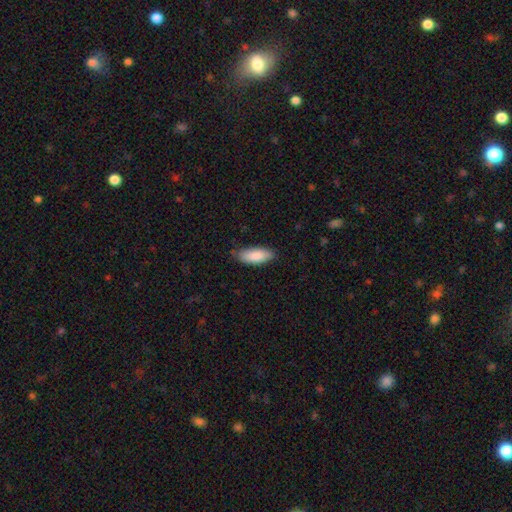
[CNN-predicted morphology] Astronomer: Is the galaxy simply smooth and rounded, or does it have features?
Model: smooth — 87%.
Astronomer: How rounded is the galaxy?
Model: in between — 74%.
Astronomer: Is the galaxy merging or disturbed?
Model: none — 79%.